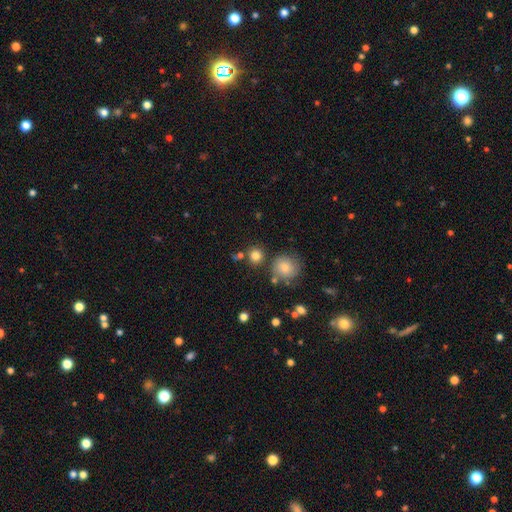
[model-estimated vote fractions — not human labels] smooth_or_featured: smooth (p=0.81) [alt: star or artifact p=0.11]
how_rounded: round (p=0.91) [alt: in between p=0.08]
merging: none (p=0.75) [alt: merger p=0.13]